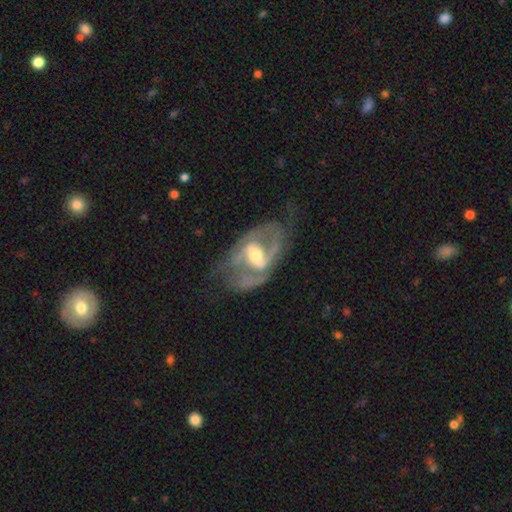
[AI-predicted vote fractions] Smooth or featured?
  - featured or disk: 86% *
  - smooth: 9%
  - star or artifact: 5%
Edge-on disk?
  - no: 96% *
  - yes: 4%
Bar?
  - weak: 45% *
  - strong: 38%
  - no: 17%
Spiral arms?
  - yes: 91% *
  - no: 9%
Spiral winding?
  - medium: 53% *
  - tight: 25%
  - loose: 23%
Spiral arm count?
  - 2: 72% *
  - can't tell: 12%
  - 3: 9%
  - 1: 3%
  - 4: 2%
  - more than 4: 2%
Bulge size?
  - moderate: 58% *
  - small: 31%
  - large: 8%
  - none: 2%
  - dominant: 1%
Merging?
  - none: 54% *
  - minor disturbance: 22%
  - major disturbance: 21%
  - merger: 3%